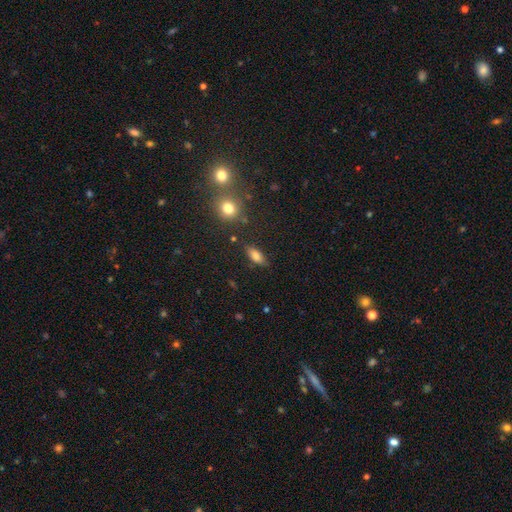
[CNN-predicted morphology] A smooth galaxy with no disk features (79%) that is in between round and cigar-shaped (81%).

Vote fractions:
- Smooth or featured? smooth: 79% / featured or disk: 12% / star or artifact: 10%
- How rounded? in between: 81% / cigar-shaped: 14% / round: 5%
- Merging? none: 81% / minor disturbance: 13% / major disturbance: 3% / merger: 3%